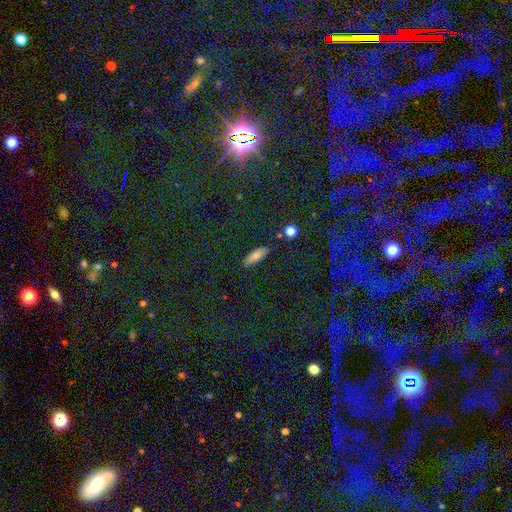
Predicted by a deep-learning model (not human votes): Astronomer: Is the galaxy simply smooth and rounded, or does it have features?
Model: smooth — 80%.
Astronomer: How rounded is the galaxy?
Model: in between — 62%.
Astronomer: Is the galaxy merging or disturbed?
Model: none — 80%.